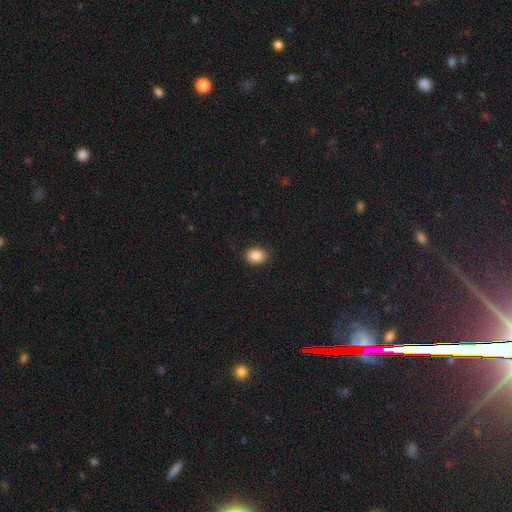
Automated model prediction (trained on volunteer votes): A smooth galaxy with no disk features (88%) that is in between round and cigar-shaped (65%). Merging: none (87%).